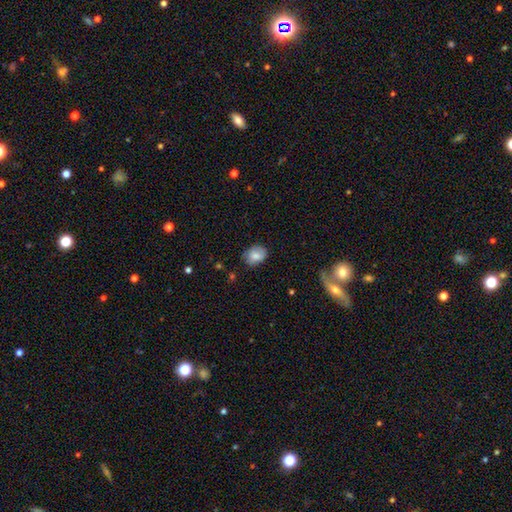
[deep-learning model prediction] smooth_or_featured: smooth (p=0.75) [alt: featured or disk p=0.16]
how_rounded: in between (p=0.60) [alt: round p=0.39]
merging: none (p=0.71) [alt: minor disturbance p=0.23]